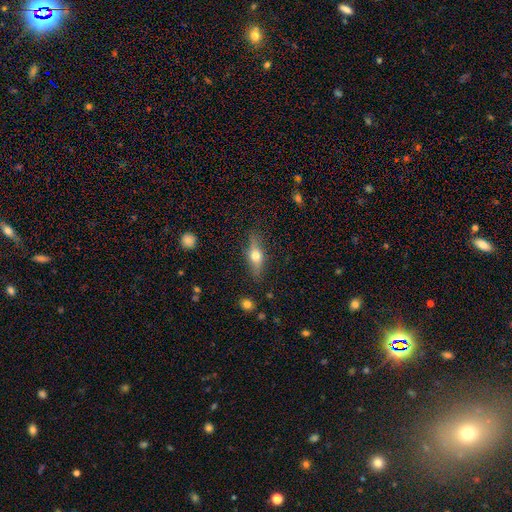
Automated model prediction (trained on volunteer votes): Smooth or featured: smooth — 49% (featured or disk — 43%)
Merging: none — 82% (minor disturbance — 13%)